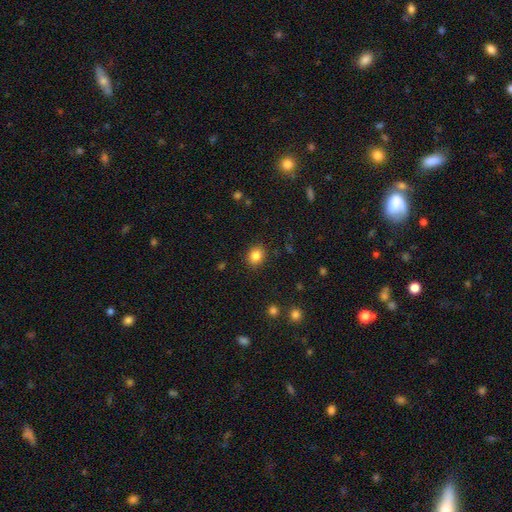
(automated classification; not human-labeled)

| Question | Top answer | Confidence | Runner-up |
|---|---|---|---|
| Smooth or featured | smooth | 85% | star or artifact (10%) |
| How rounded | round | 64% | in between (36%) |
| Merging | none | 88% | minor disturbance (8%) |